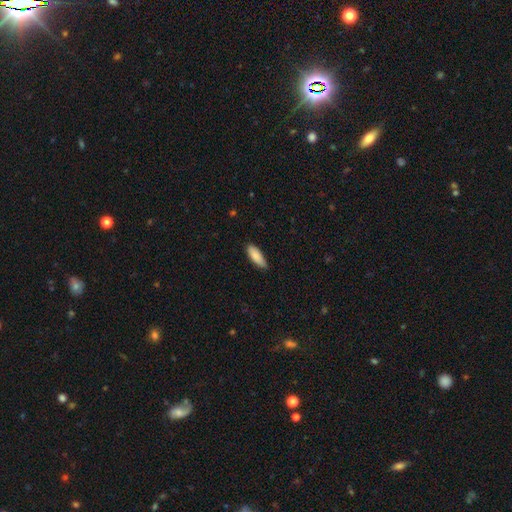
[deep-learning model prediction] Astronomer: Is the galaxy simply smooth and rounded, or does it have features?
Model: smooth — 87%.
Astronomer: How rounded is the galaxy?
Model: in between — 69%.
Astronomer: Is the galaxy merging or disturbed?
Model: none — 80%.